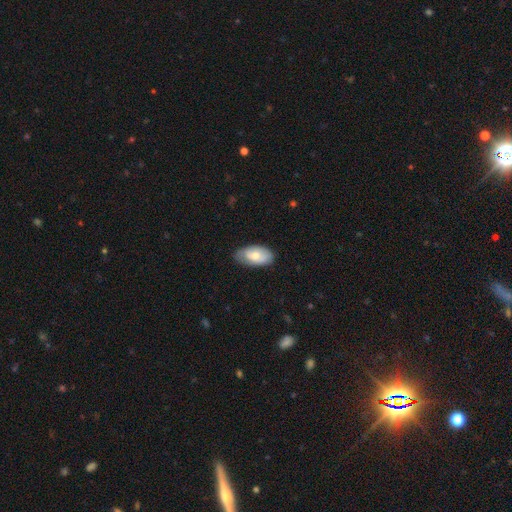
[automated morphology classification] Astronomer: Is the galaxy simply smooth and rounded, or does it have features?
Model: smooth — 68%.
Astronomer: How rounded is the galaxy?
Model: in between — 94%.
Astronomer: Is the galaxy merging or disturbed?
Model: none — 71%.